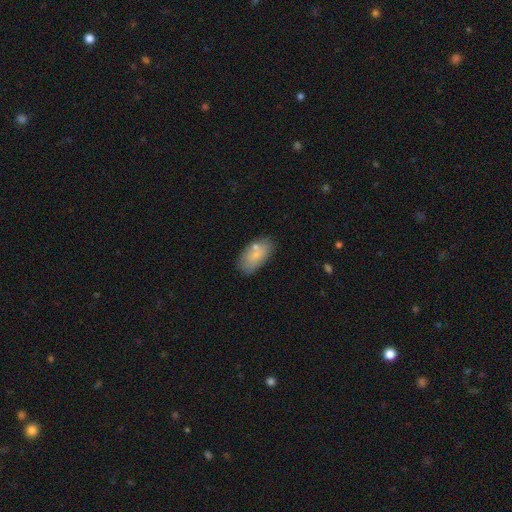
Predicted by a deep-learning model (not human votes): A smooth galaxy with no disk features (74%) that is in between round and cigar-shaped (92%).

Vote fractions:
- Smooth or featured? smooth: 74% / featured or disk: 18% / star or artifact: 8%
- How rounded? in between: 92% / cigar-shaped: 4% / round: 3%
- Merging? none: 70% / minor disturbance: 17% / merger: 9% / major disturbance: 4%